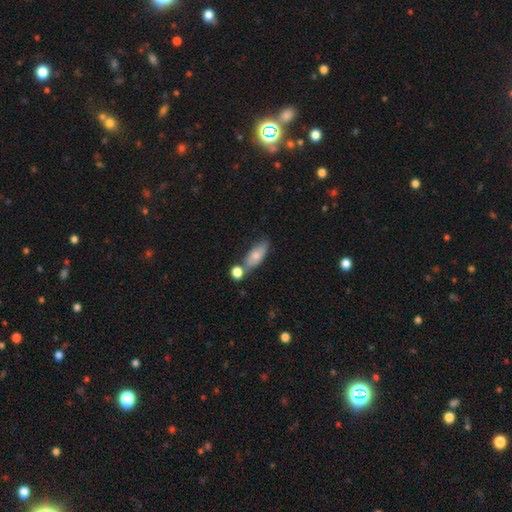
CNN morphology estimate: Q: Smooth or featured?
A: smooth (71%); runner-up: featured or disk (22%)
Q: How rounded?
A: in between (74%); runner-up: cigar-shaped (21%)
Q: Merging?
A: none (54%); runner-up: merger (26%)